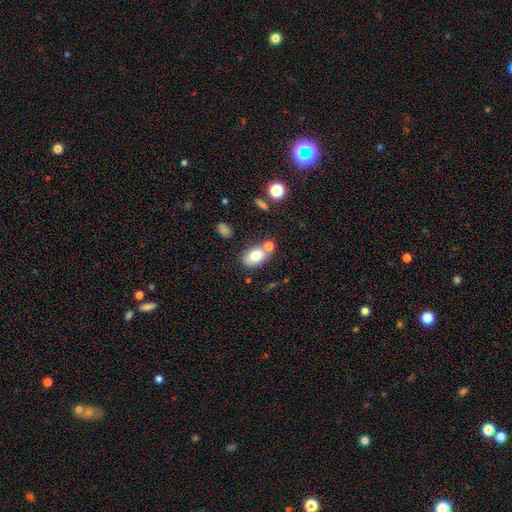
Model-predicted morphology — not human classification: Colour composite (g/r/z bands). It shows a smooth galaxy with no disk features (77%) that is in between round and cigar-shaped (84%). Merging: none (56%).